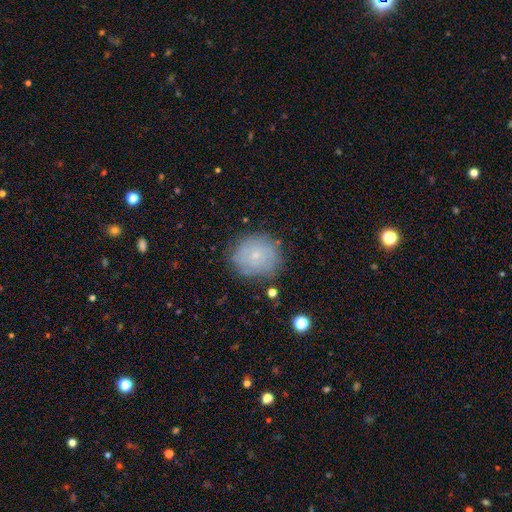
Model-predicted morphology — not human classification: Smooth or featured? Predicted: smooth (p=0.58). How rounded? Predicted: round (p=0.82). Merging? Predicted: none (p=0.78).